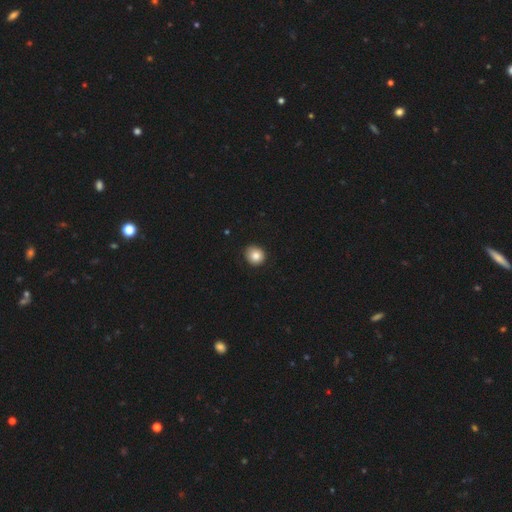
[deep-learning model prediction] A smooth galaxy with no disk features (85%) that is round (87%). Merging: none (87%).